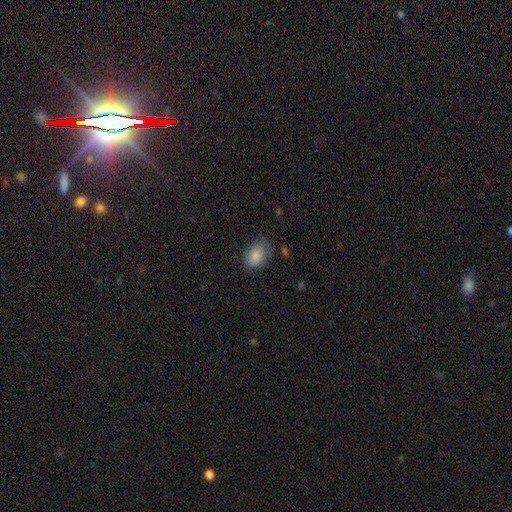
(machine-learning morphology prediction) smooth_or_featured: smooth (p=0.81) [alt: featured or disk p=0.11]
how_rounded: in between (p=0.80) [alt: round p=0.19]
merging: none (p=0.62) [alt: minor disturbance p=0.27]